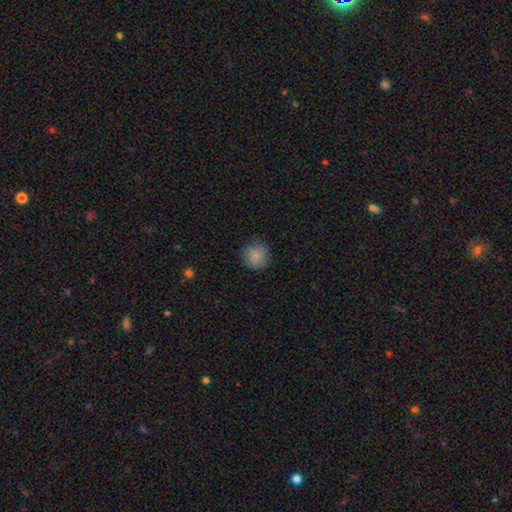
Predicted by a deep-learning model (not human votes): Smooth or featured?
  - smooth: 83% *
  - star or artifact: 9%
  - featured or disk: 7%
How rounded?
  - round: 90% *
  - in between: 9%
  - cigar-shaped: 1%
Merging?
  - none: 77% *
  - minor disturbance: 18%
  - major disturbance: 4%
  - merger: 1%